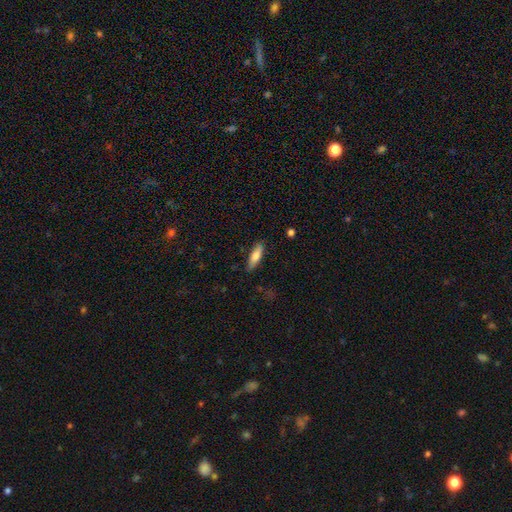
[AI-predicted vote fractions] A smooth galaxy with no disk features (73%) that is cigar-shaped (57%).

Vote fractions:
- Smooth or featured? smooth: 73% / featured or disk: 21% / star or artifact: 6%
- How rounded? cigar-shaped: 57% / in between: 41% / round: 2%
- Merging? none: 86% / minor disturbance: 10% / major disturbance: 2% / merger: 1%